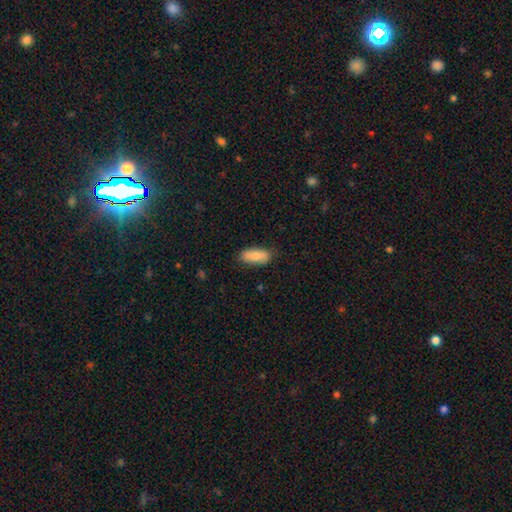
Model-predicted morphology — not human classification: smooth 83%, featured or disk 11%, star or artifact 6%. Down the decision tree: how rounded — in between (83%); merging — none (82%).